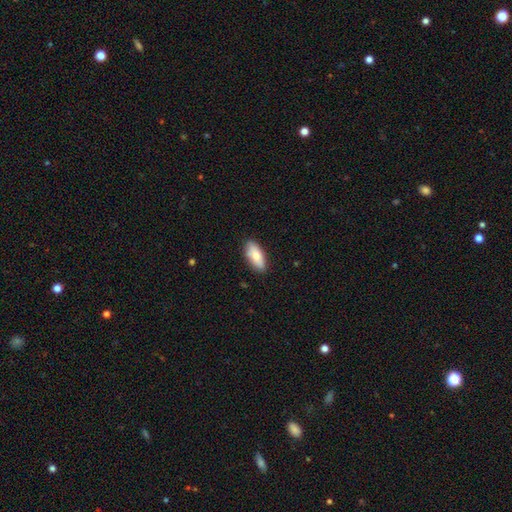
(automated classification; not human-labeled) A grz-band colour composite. It shows a smooth galaxy with no disk features (75%) that is in between round and cigar-shaped (83%). Merging: none (86%).